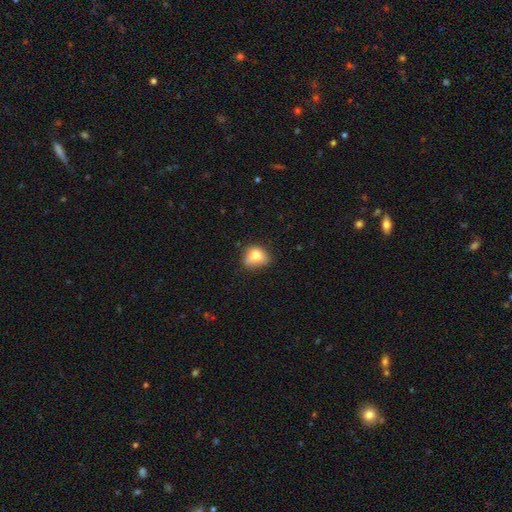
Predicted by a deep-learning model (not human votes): smooth_or_featured: smooth (p=0.77) [alt: featured or disk p=0.13]
how_rounded: round (p=0.55) [alt: in between p=0.44]
merging: none (p=0.57) [alt: minor disturbance p=0.32]